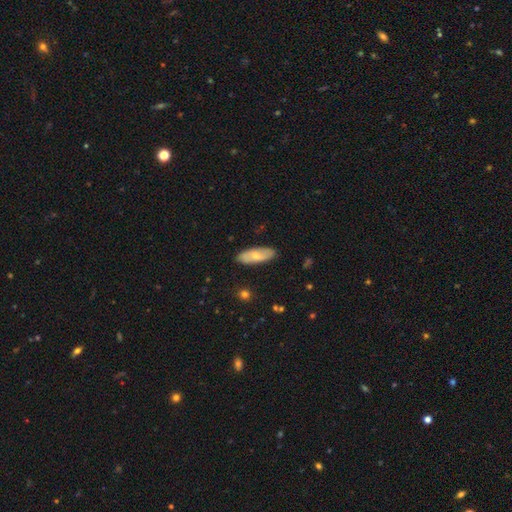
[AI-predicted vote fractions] Q: Smooth or featured?
A: smooth (66%); runner-up: featured or disk (28%)
Q: How rounded?
A: in between (69%); runner-up: cigar-shaped (29%)
Q: Merging?
A: none (87%); runner-up: minor disturbance (10%)